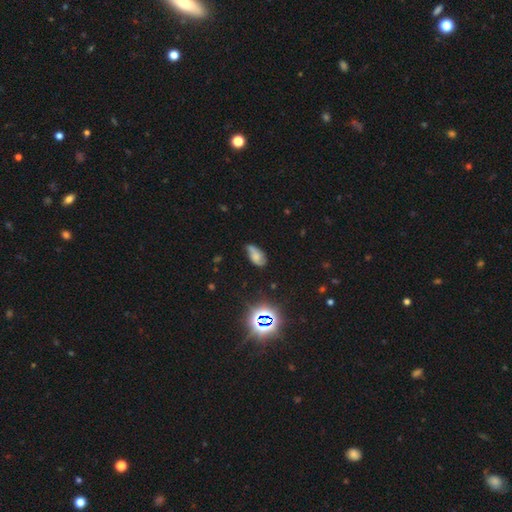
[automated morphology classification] Smooth or featured? smooth (46%)
Merging? none (51%)